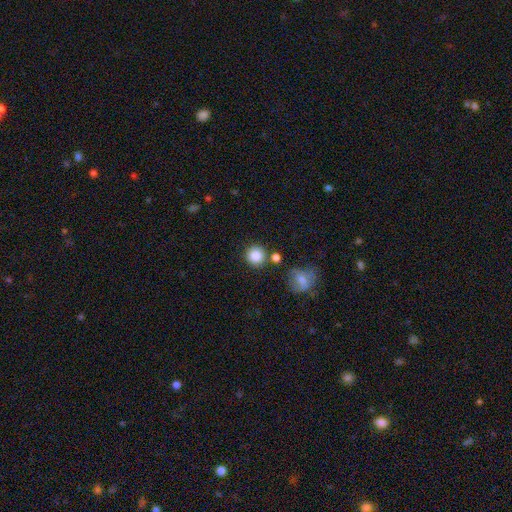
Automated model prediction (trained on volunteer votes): Smooth or featured: smooth — 85% (star or artifact — 10%)
How rounded: round — 92% (in between — 7%)
Merging: none — 78% (minor disturbance — 10%)